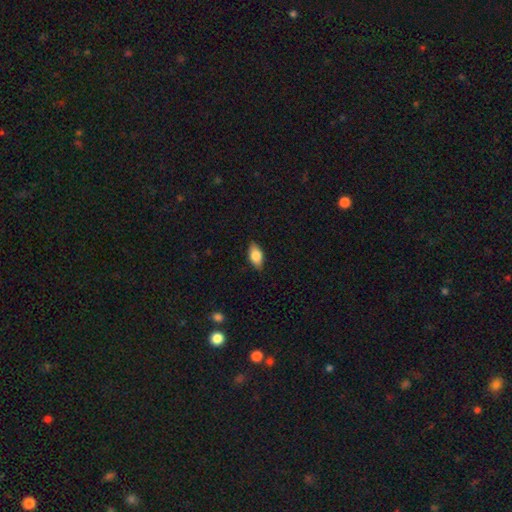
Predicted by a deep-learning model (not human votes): A smooth galaxy with no disk features (78%) that is in between round and cigar-shaped (89%).

Vote fractions:
- Smooth or featured? smooth: 78% / featured or disk: 15% / star or artifact: 7%
- How rounded? in between: 89% / cigar-shaped: 7% / round: 4%
- Merging? none: 86% / minor disturbance: 11% / major disturbance: 2% / merger: 1%